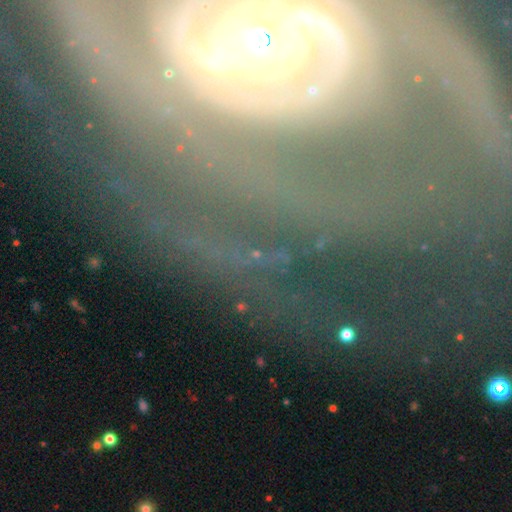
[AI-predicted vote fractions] The model was most divided on "smooth or featured": featured or disk: 45%, star or artifact: 38%, smooth: 17%. More confident: merging — none (69%).